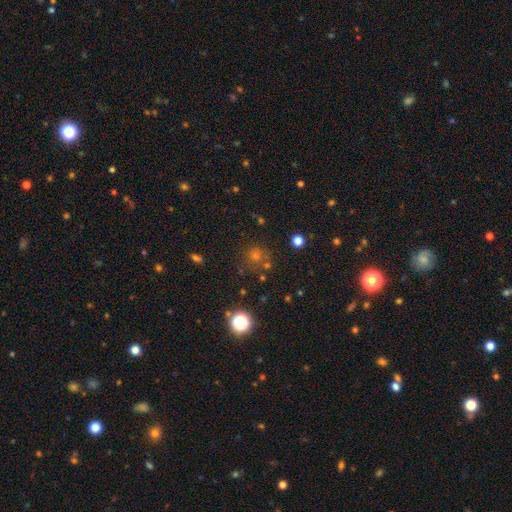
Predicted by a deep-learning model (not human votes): Q: Smooth or featured?
A: smooth (53%); runner-up: star or artifact (39%)
Q: How rounded?
A: round (91%); runner-up: in between (8%)
Q: Merging?
A: none (77%); runner-up: minor disturbance (11%)